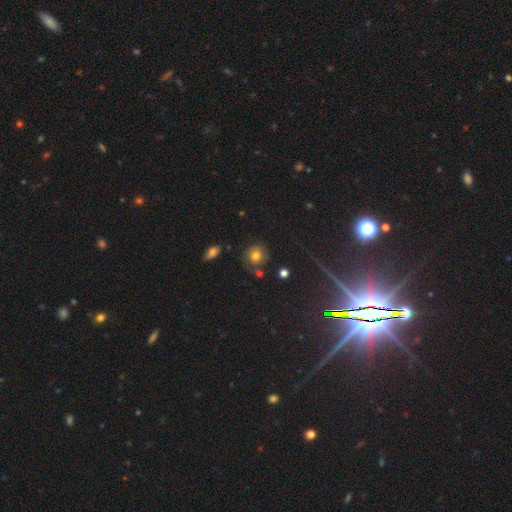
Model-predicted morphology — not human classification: Overall: smooth (65%). How rounded: round (88%). Merging: none (67%).